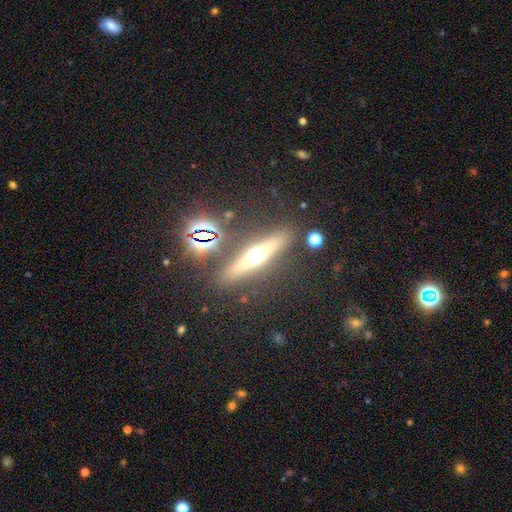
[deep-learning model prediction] featured or disk 59%, smooth 25%, star or artifact 16%. Down the decision tree: edge-on disk — yes (92%); edge-on bulge — rounded (94%); merging — none (84%).